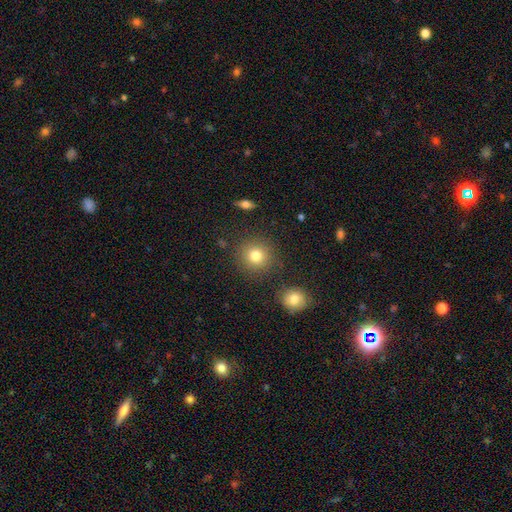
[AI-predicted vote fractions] The model was most divided on "smooth or featured": smooth: 80%, star or artifact: 12%, featured or disk: 8%. More confident: how rounded — round (92%); merging — none (86%).